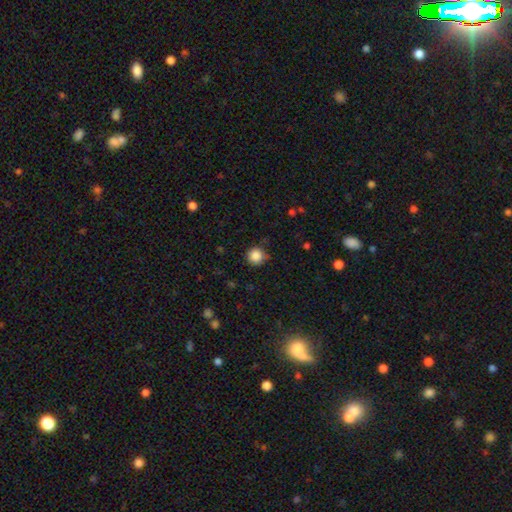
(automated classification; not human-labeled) smooth 86%, star or artifact 10%, featured or disk 4%. Down the decision tree: how rounded — round (94%); merging — none (81%).